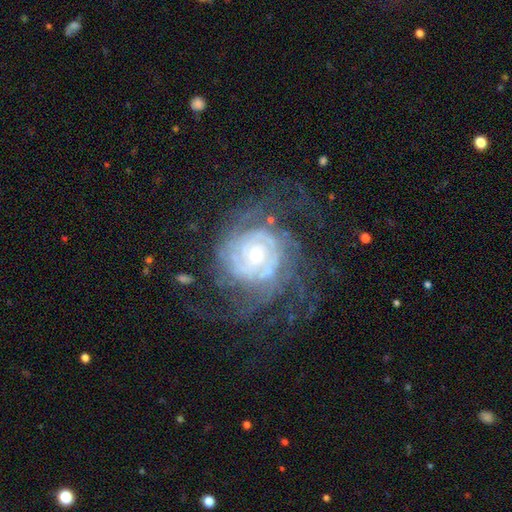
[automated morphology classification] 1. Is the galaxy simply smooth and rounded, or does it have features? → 87% featured or disk, 7% smooth, 6% star or artifact.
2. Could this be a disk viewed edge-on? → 97% no, 3% yes.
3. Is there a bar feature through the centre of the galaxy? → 75% no, 20% weak, 6% strong.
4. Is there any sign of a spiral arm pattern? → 95% yes, 5% no.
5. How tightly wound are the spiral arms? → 71% tight, 22% medium, 7% loose.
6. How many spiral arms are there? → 38% can't tell, 23% 2, 13% 3, 11% 4, 9% more than 4, 7% 1.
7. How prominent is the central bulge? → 49% small, 44% moderate, 4% large, 1% none, 1% dominant.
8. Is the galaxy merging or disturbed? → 60% none, 20% major disturbance, 18% minor disturbance, 2% merger.